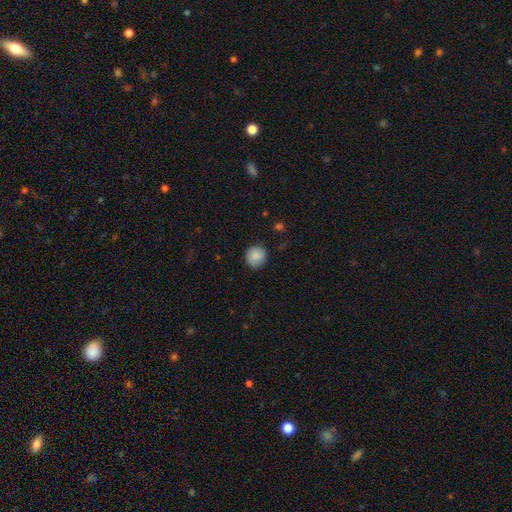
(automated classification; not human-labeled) Smooth or featured? smooth (86%)
How rounded? round (91%)
Merging? none (83%)